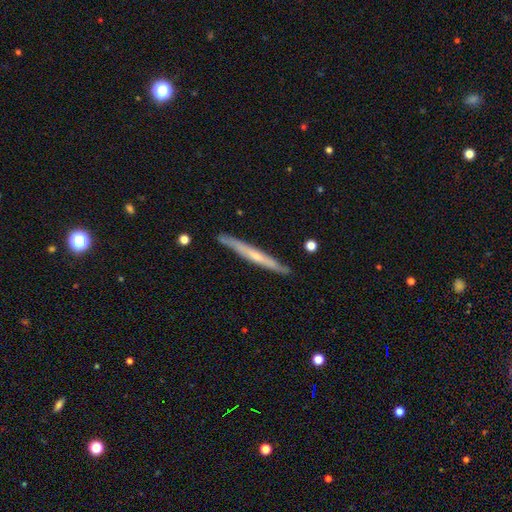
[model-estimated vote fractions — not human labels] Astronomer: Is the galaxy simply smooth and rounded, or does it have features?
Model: featured or disk — 60%.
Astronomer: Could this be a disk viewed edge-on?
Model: yes — 95%.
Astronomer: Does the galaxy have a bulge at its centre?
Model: none — 54% (runner-up: rounded, 41%).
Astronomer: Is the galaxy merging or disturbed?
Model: none — 87%.